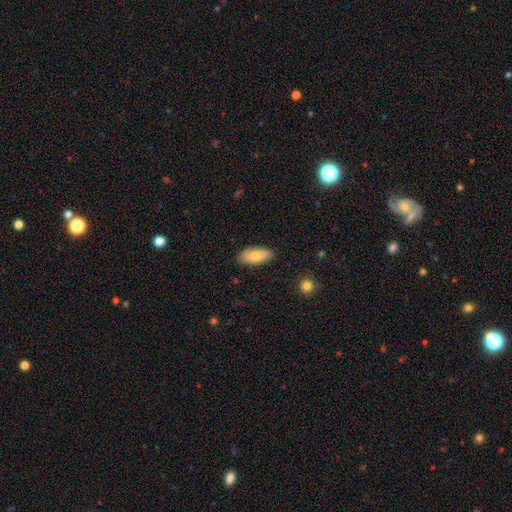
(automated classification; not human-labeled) A smooth galaxy with no disk features (78%) that is in between round and cigar-shaped (86%).

Vote fractions:
- Smooth or featured? smooth: 78% / featured or disk: 16% / star or artifact: 6%
- How rounded? in between: 86% / cigar-shaped: 12% / round: 2%
- Merging? none: 82% / minor disturbance: 15% / major disturbance: 3% / merger: 1%